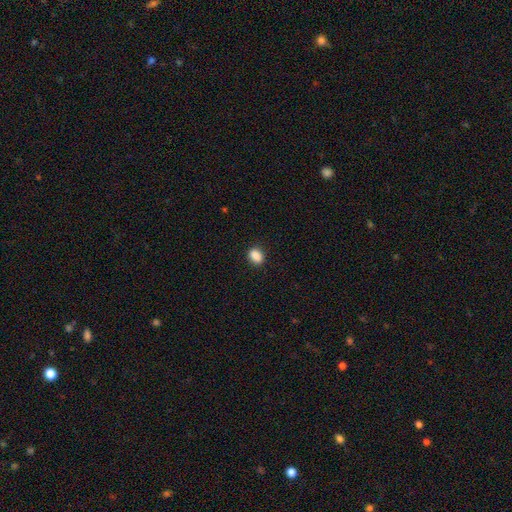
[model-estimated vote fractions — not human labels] Q: Smooth or featured?
A: smooth (88%); runner-up: star or artifact (9%)
Q: How rounded?
A: in between (67%); runner-up: round (31%)
Q: Merging?
A: none (88%); runner-up: minor disturbance (8%)